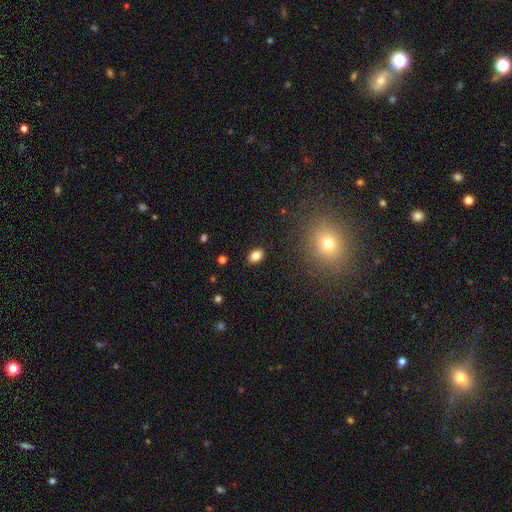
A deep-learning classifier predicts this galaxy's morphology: This appears to be a smooth galaxy with no disk features (84%) that is in between round and cigar-shaped (74%). Merging: none (88%).